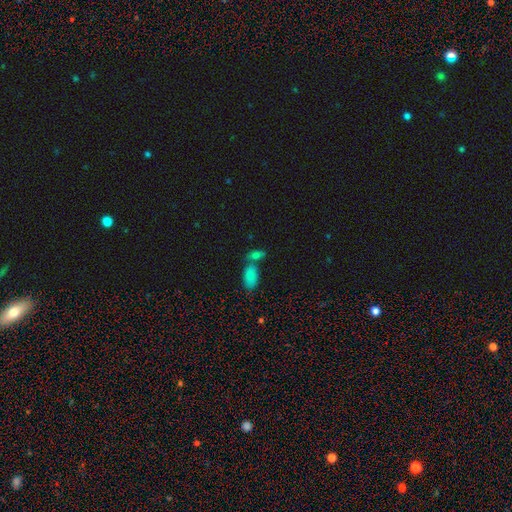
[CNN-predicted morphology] smooth-or-featured: smooth: 75% | star or artifact: 14% | featured or disk: 11%
  how-rounded: in between: 83% | cigar-shaped: 10% | round: 6%
  merging: merger: 45% | none: 41% | minor disturbance: 10% | major disturbance: 4%